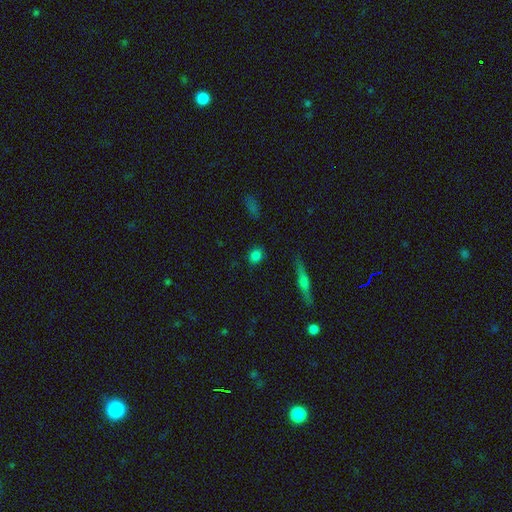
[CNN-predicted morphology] Smooth or featured?
  - smooth: 82% *
  - star or artifact: 11%
  - featured or disk: 7%
How rounded?
  - round: 69% *
  - in between: 27%
  - cigar-shaped: 4%
Merging?
  - none: 87% *
  - minor disturbance: 9%
  - major disturbance: 2%
  - merger: 2%